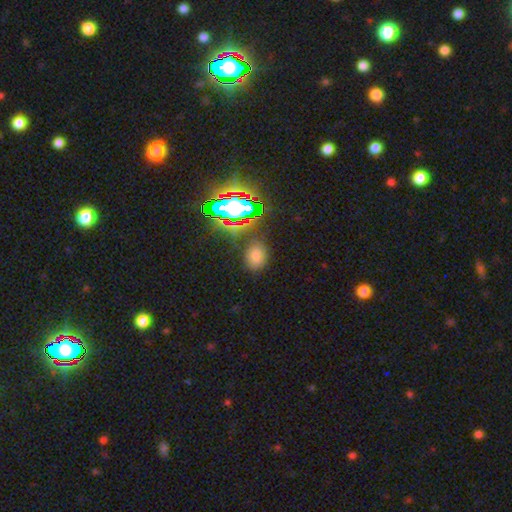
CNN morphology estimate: Smooth or featured? smooth (61%)
How rounded? in between (67%)
Merging? none (79%)